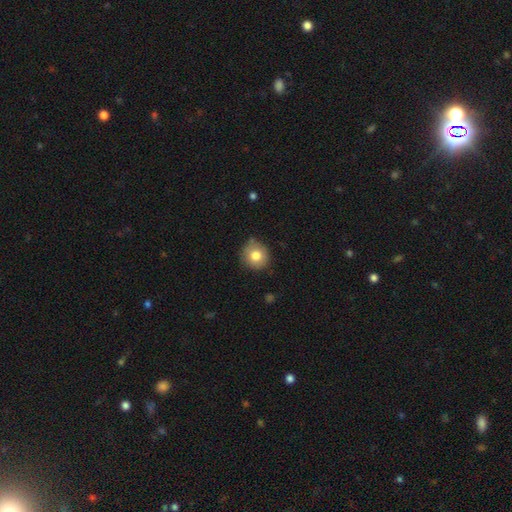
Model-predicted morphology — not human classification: Smooth or featured? Predicted: smooth (p=0.79). How rounded? Predicted: round (p=0.90). Merging? Predicted: none (p=0.81).